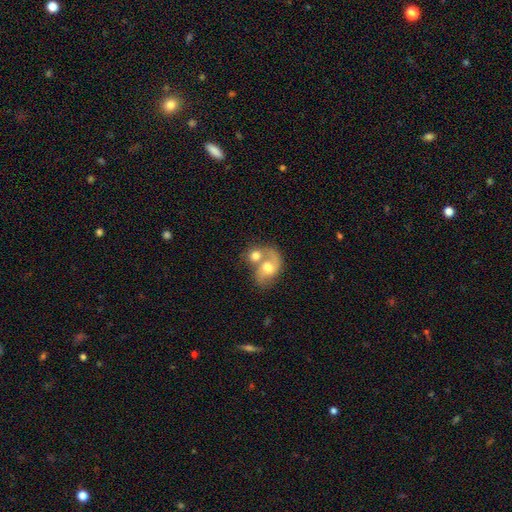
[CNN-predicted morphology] Overall: featured or disk (47%; smooth 46%). Merging: merger (67%).